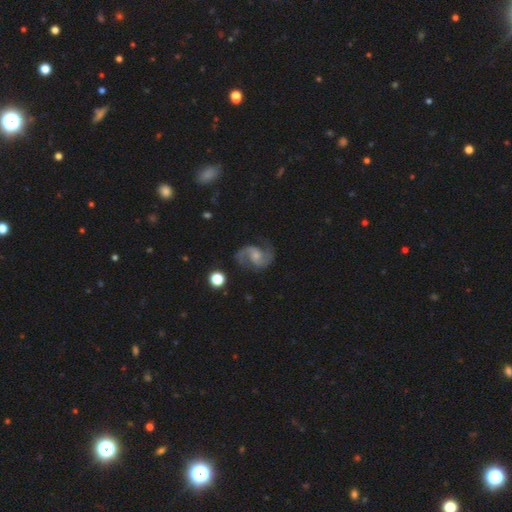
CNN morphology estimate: Q: Smooth or featured?
A: featured or disk (89%); runner-up: smooth (6%)
Q: Edge-on disk?
A: no (98%); runner-up: yes (2%)
Q: Bar?
A: no (54%); runner-up: weak (39%)
Q: Spiral arms?
A: yes (97%); runner-up: no (3%)
Q: Spiral winding?
A: medium (55%); runner-up: loose (33%)
Q: Spiral arm count?
A: 2 (93%); runner-up: can't tell (2%)
Q: Bulge size?
A: small (44%); runner-up: moderate (36%)
Q: Merging?
A: none (75%); runner-up: minor disturbance (16%)